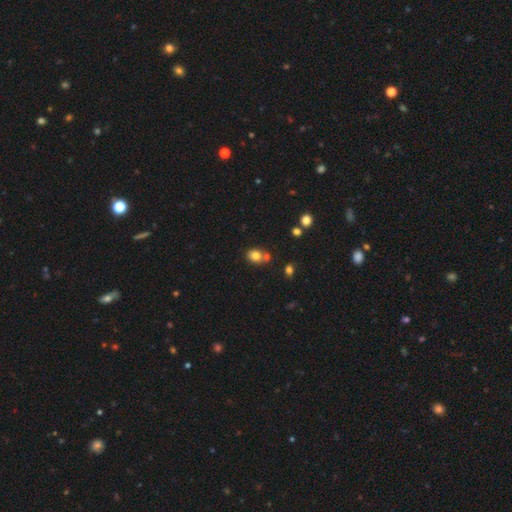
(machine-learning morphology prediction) This appears to be a smooth galaxy with no disk features (80%) that is round (53%). Merging: none (55%).